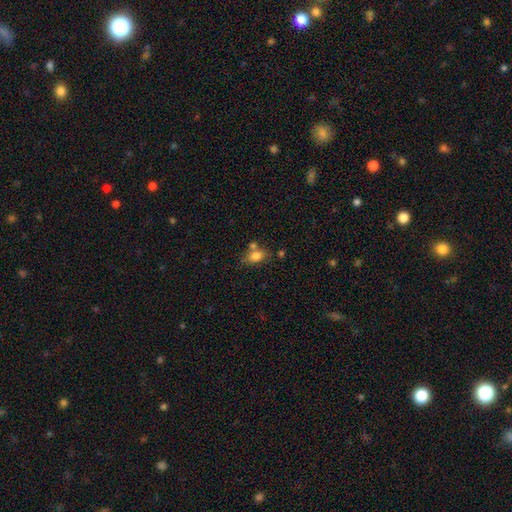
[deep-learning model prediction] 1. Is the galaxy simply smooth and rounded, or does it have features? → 79% smooth, 11% featured or disk, 10% star or artifact.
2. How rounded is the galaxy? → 80% in between, 15% round, 5% cigar-shaped.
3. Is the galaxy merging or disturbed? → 51% none, 25% merger, 18% minor disturbance, 7% major disturbance.